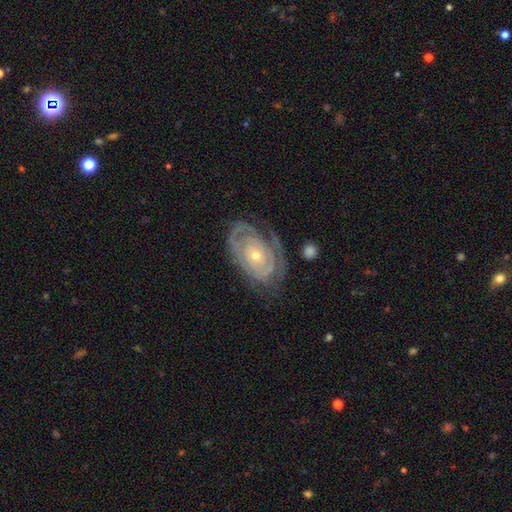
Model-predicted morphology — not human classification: Smooth or featured? featured or disk (83%)
Edge-on disk? no (96%)
Bar? no (83%)
Spiral arms? yes (85%)
Spiral winding? tight (78%)
Spiral arm count? can't tell (38%)
Bulge size? small (65%)
Merging? none (66%)